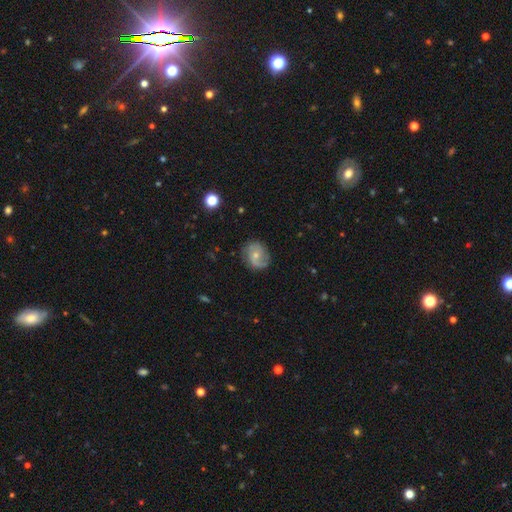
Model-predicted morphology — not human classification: Smooth or featured: featured or disk — 65% (smooth — 27%)
Edge-on disk: no — 97% (yes — 3%)
Bar: no — 63% (weak — 31%)
Spiral arms: yes — 89% (no — 11%)
Spiral winding: medium — 45% (tight — 28%)
Spiral arm count: 2 — 75% (can't tell — 12%)
Bulge size: small — 56% (moderate — 40%)
Merging: none — 76% (minor disturbance — 17%)